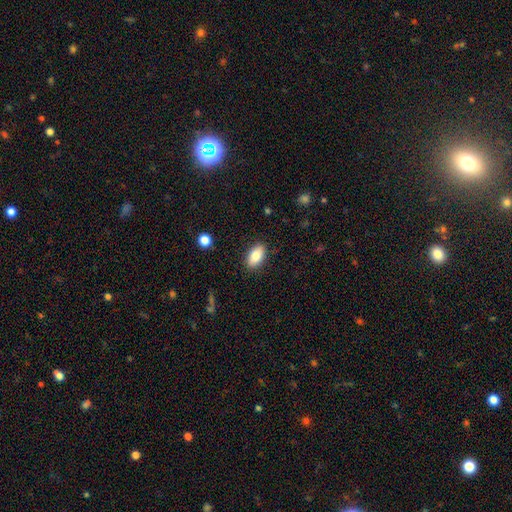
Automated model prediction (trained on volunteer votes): Smooth or featured: smooth — 82% (featured or disk — 10%)
How rounded: in between — 92% (round — 4%)
Merging: none — 88% (minor disturbance — 9%)